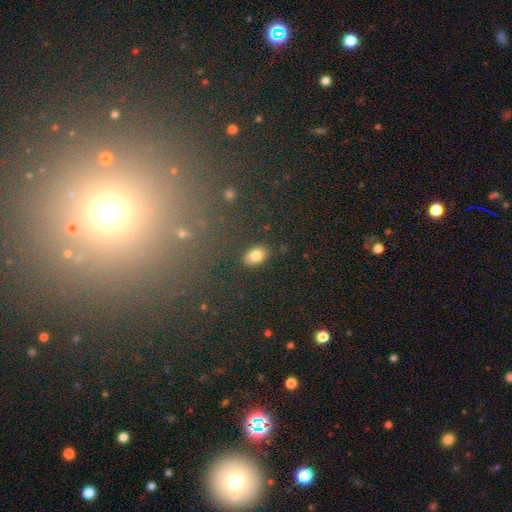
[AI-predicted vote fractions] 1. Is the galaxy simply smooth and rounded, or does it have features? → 82% smooth, 10% star or artifact, 8% featured or disk.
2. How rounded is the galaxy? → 86% in between, 12% round, 2% cigar-shaped.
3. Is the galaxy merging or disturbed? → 86% none, 9% minor disturbance, 3% major disturbance, 2% merger.